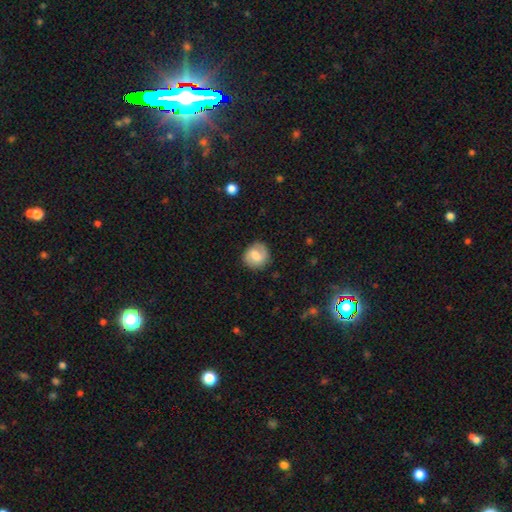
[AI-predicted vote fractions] This is possibly a smooth galaxy (55%). How rounded: clearly round (81%). Merging: clearly none (82%).